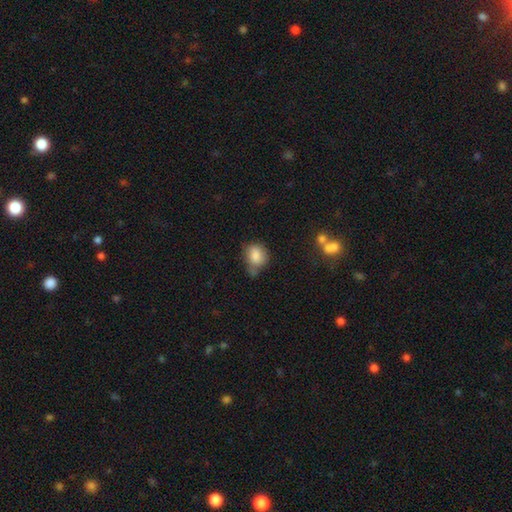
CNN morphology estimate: This appears to be a smooth galaxy with no disk features (81%) that is in between round and cigar-shaped (51%). Merging: none (40%).